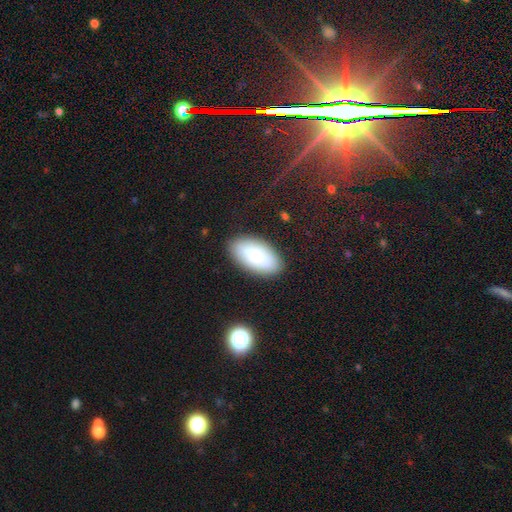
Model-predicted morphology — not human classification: smooth 81%, featured or disk 11%, star or artifact 8%. Down the decision tree: how rounded — in between (94%); merging — none (83%).